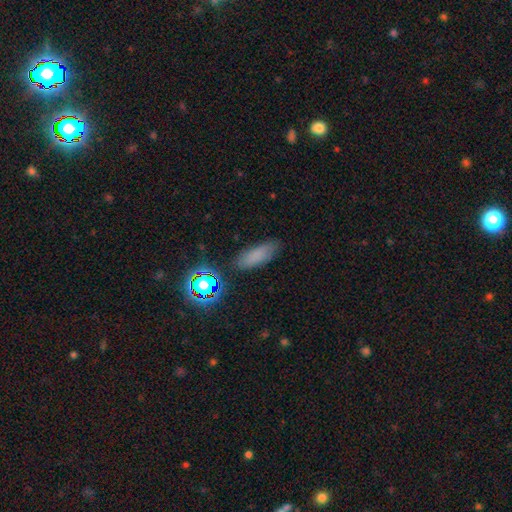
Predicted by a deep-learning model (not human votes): smooth 72%, star or artifact 17%, featured or disk 11%. Down the decision tree: how rounded — in between (63%); merging — none (78%).